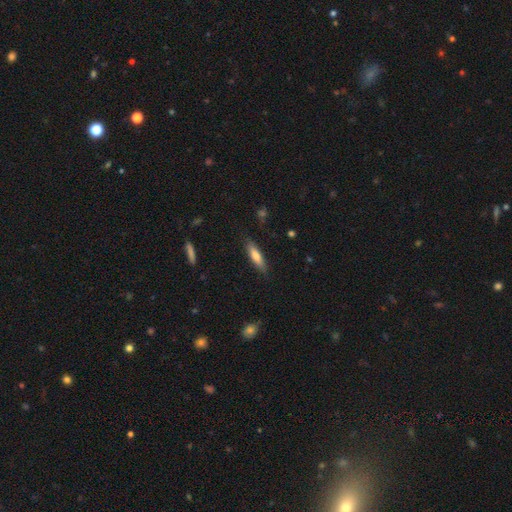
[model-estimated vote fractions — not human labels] Overall: smooth (73%). How rounded: cigar-shaped (69%; in between 29%). Merging: none (84%).